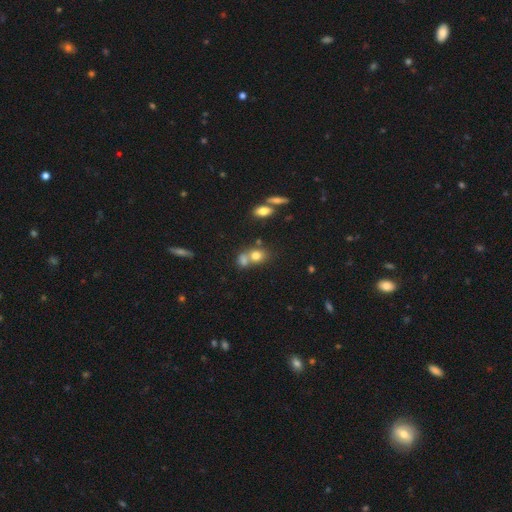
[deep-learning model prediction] Smooth or featured?
  - smooth: 74% *
  - star or artifact: 13%
  - featured or disk: 12%
How rounded?
  - round: 59% *
  - in between: 39%
  - cigar-shaped: 2%
Merging?
  - merger: 51% *
  - none: 37%
  - minor disturbance: 9%
  - major disturbance: 4%